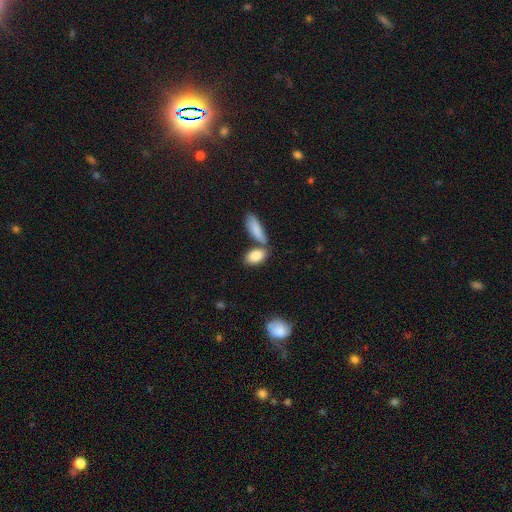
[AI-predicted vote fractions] Smooth or featured? Predicted: smooth (p=0.84). How rounded? Predicted: in between (p=0.87). Merging? Predicted: none (p=0.55).